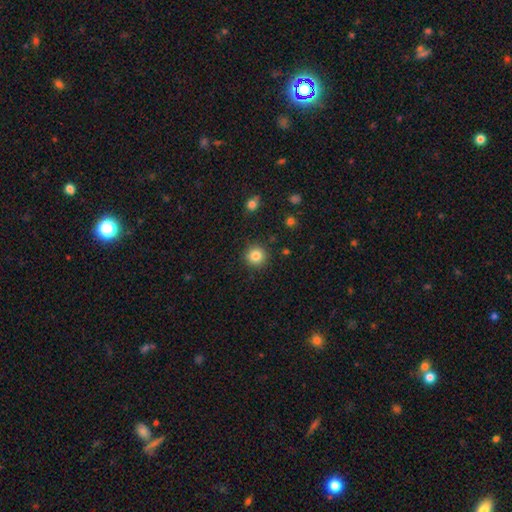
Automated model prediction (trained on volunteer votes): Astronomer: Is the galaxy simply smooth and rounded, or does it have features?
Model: smooth — 84%.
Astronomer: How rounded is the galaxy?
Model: round — 94%.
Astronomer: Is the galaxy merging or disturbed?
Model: none — 90%.